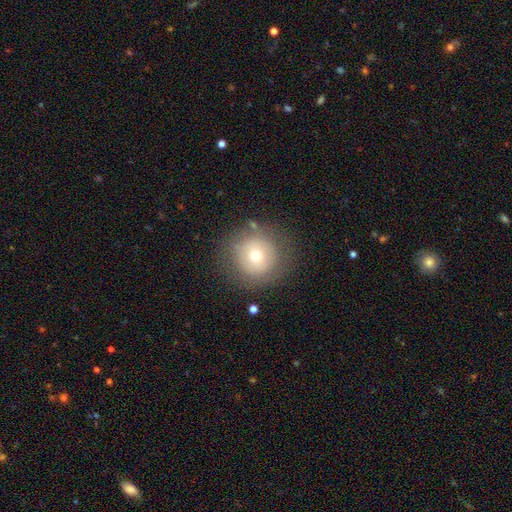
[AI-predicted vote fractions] smooth_or_featured: smooth (p=0.64) [alt: featured or disk p=0.24]
how_rounded: round (p=0.94) [alt: in between p=0.05]
merging: none (p=0.81) [alt: minor disturbance p=0.11]